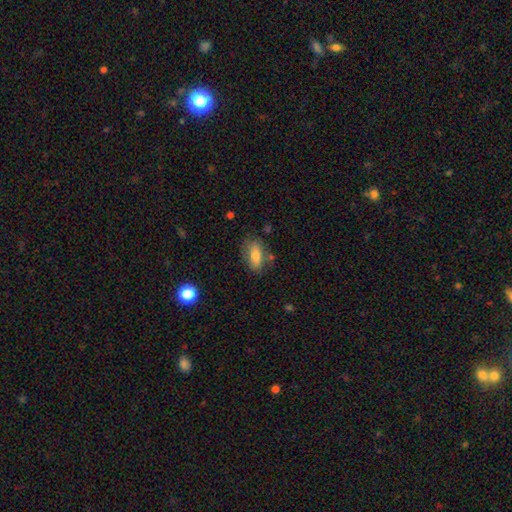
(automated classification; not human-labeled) Smooth or featured: smooth — 74% (featured or disk — 18%)
How rounded: in between — 83% (cigar-shaped — 12%)
Merging: none — 70% (minor disturbance — 19%)